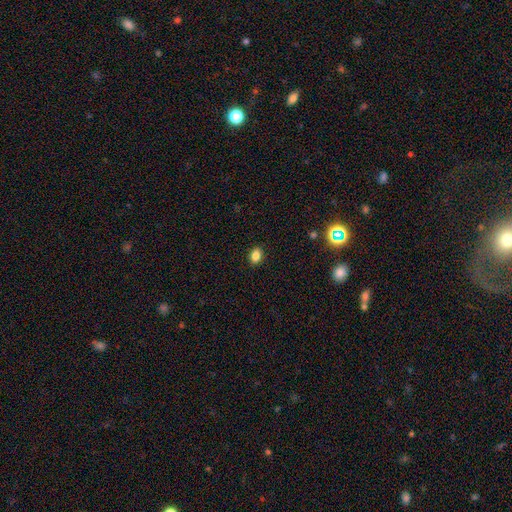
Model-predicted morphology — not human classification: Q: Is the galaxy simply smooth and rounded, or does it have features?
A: smooth — 83%.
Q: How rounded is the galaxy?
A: in between — 69%.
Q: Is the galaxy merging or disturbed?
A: none — 90%.